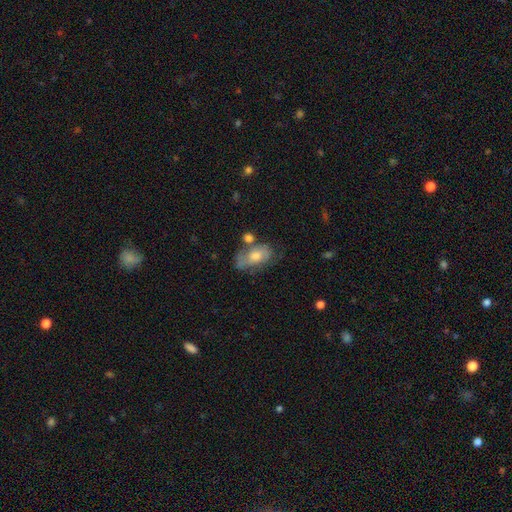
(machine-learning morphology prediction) Q: Smooth or featured?
A: smooth (50%); runner-up: featured or disk (41%)
Q: Merging?
A: none (45%); runner-up: minor disturbance (26%)